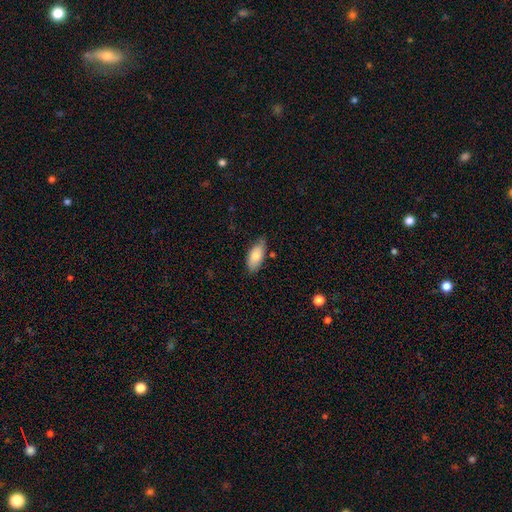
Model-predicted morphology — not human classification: smooth 83%, featured or disk 11%, star or artifact 6%. Down the decision tree: how rounded — in between (88%); merging — none (72%).